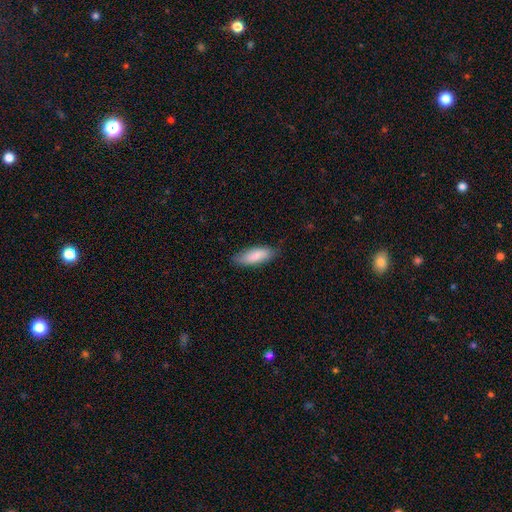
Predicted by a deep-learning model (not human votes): smooth_or_featured: smooth (p=0.84) [alt: featured or disk p=0.10]
how_rounded: in between (p=0.72) [alt: cigar-shaped p=0.27]
merging: none (p=0.79) [alt: minor disturbance p=0.17]